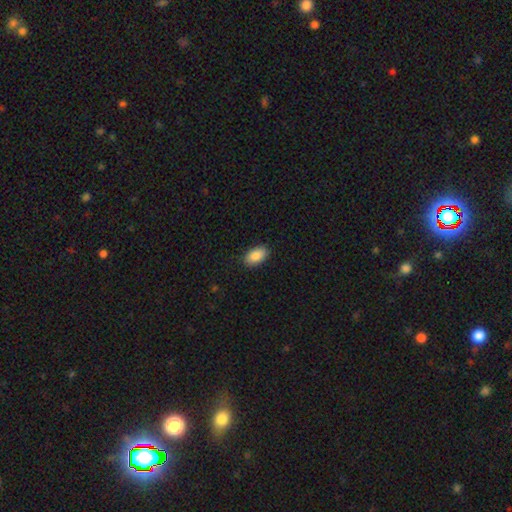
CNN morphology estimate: A smooth galaxy with no disk features (89%) that is in between round and cigar-shaped (94%). Merging: none (88%).